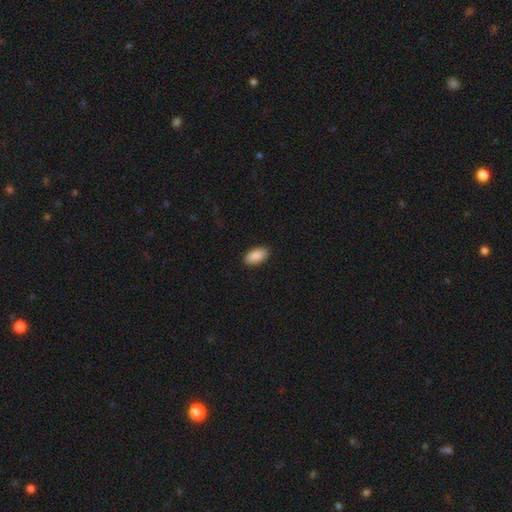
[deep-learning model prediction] Smooth or featured: smooth — 90% (star or artifact — 6%)
How rounded: in between — 95% (cigar-shaped — 3%)
Merging: none — 90% (minor disturbance — 7%)